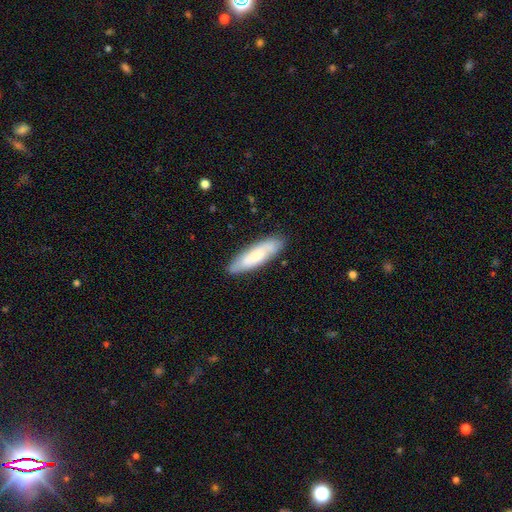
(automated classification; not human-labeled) smooth-or-featured: smooth: 67% | featured or disk: 27% | star or artifact: 6%
  how-rounded: cigar-shaped: 62% | in between: 37% | round: 1%
  merging: none: 84% | minor disturbance: 12% | major disturbance: 2% | merger: 1%